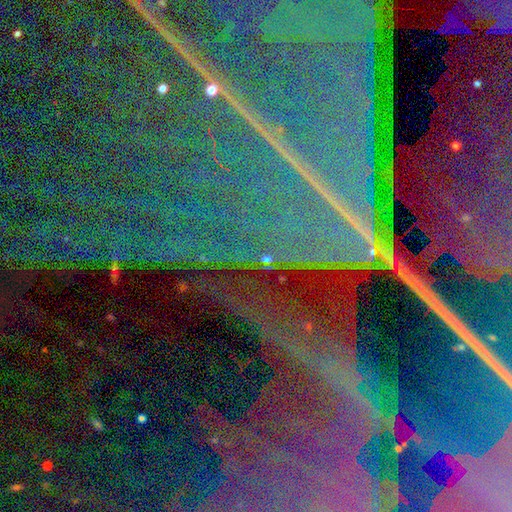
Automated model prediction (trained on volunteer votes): Smooth or featured: star or artifact — 89% (featured or disk — 7%)